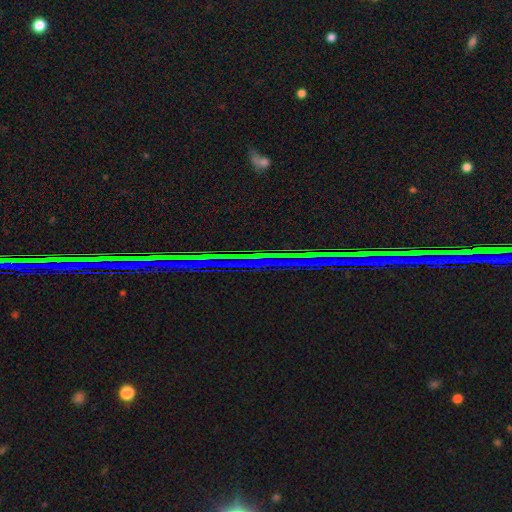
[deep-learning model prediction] This appears to be a star or artifact, not a galaxy (87%).